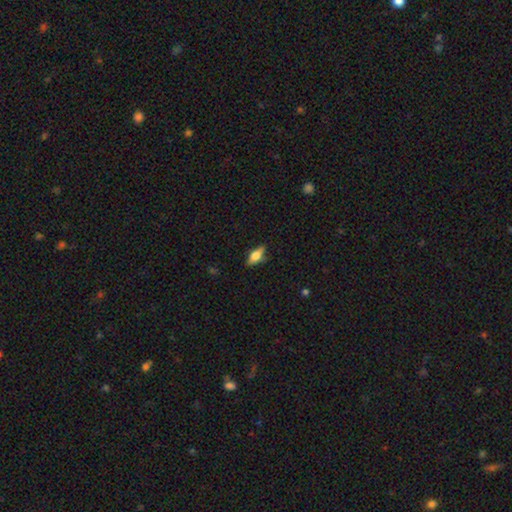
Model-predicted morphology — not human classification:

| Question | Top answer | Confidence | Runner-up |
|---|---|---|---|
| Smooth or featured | smooth | 64% | featured or disk (28%) |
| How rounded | in between | 76% | cigar-shaped (21%) |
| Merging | none | 82% | minor disturbance (14%) |